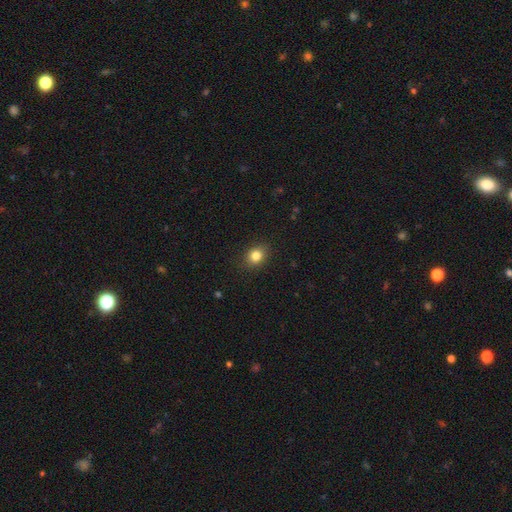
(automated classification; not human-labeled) This is clearly a smooth galaxy (83%). How rounded: possibly round (54%). Merging: clearly none (88%).